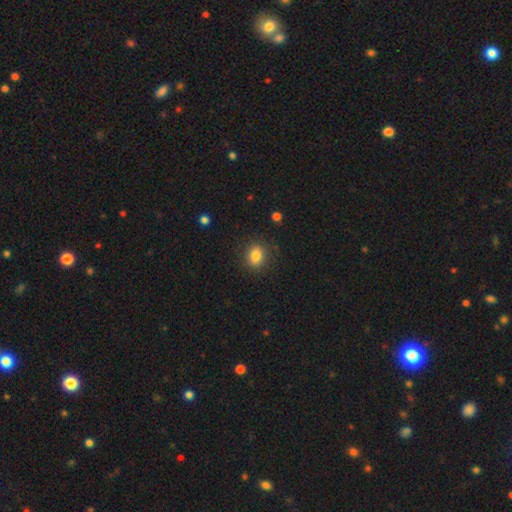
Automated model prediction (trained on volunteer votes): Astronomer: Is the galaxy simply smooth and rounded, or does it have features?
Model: smooth — 82%.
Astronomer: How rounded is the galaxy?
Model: round — 58% (runner-up: in between, 41%).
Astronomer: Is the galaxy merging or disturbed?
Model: none — 85%.